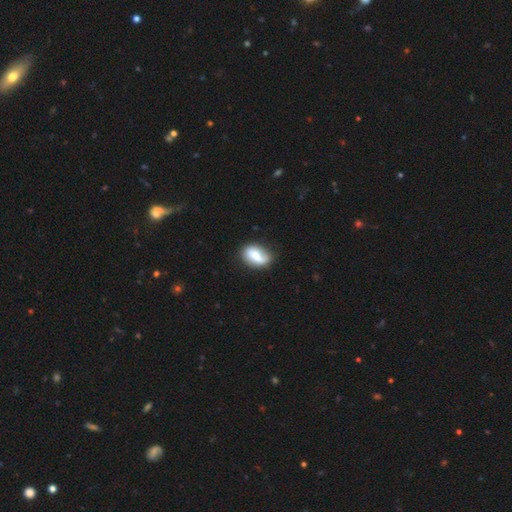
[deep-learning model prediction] A smooth galaxy with no disk features (59%) that is in between round and cigar-shaped (85%).

Vote fractions:
- Smooth or featured? smooth: 59% / featured or disk: 34% / star or artifact: 7%
- How rounded? in between: 85% / round: 12% / cigar-shaped: 3%
- Merging? none: 63% / minor disturbance: 25% / major disturbance: 8% / merger: 3%